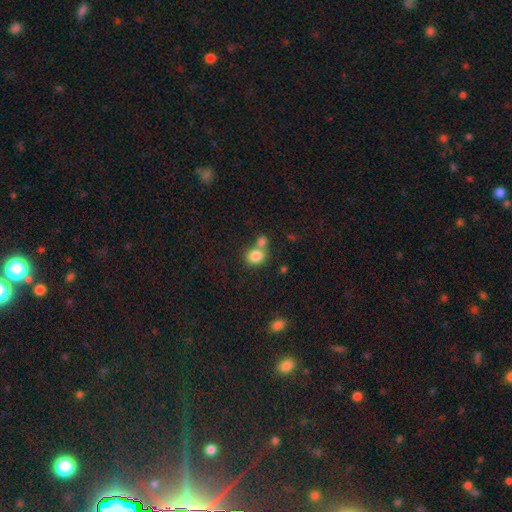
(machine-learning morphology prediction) type=smooth (83%); roundness=round (67%); merging=none (45%).